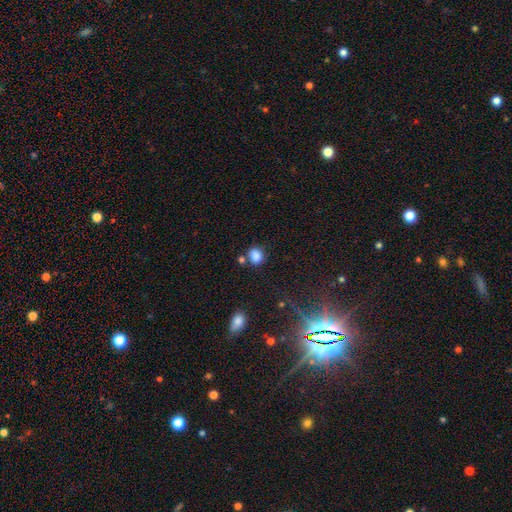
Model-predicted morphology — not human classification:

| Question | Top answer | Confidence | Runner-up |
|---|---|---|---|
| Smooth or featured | smooth | 84% | star or artifact (11%) |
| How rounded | round | 52% | in between (47%) |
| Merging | none | 64% | minor disturbance (16%) |